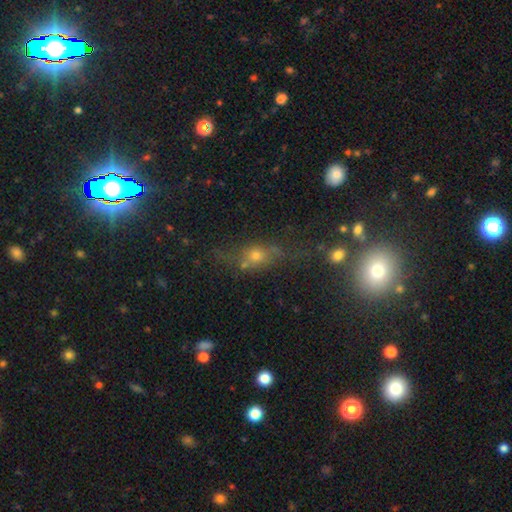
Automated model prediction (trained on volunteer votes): smooth_or_featured: smooth (p=0.52) [alt: star or artifact p=0.26]
how_rounded: in between (p=0.47) [alt: round p=0.39]
merging: none (p=0.55) [alt: minor disturbance p=0.19]